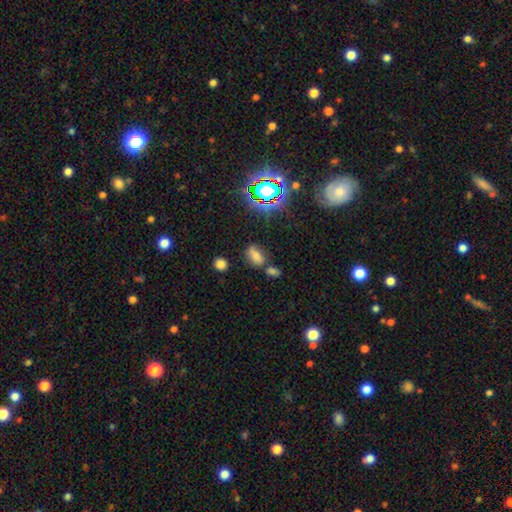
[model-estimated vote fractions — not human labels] A smooth galaxy with no disk features (61%) that is in between round and cigar-shaped (81%). Merging: none (64%).